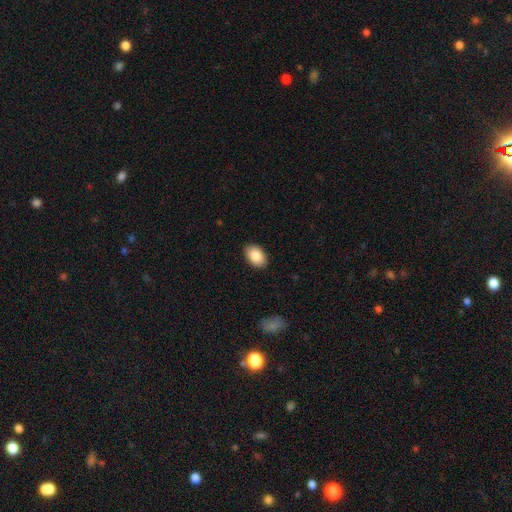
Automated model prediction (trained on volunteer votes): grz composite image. It shows a smooth galaxy with no disk features (87%) that is in between round and cigar-shaped (88%). Merging: none (89%).